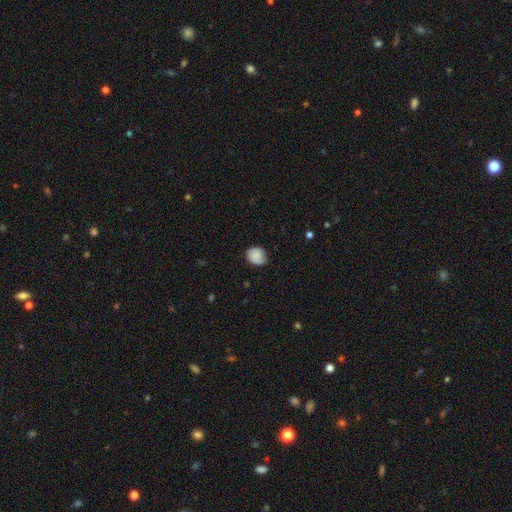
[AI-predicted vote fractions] The model was most divided on "how rounded": round: 68%, in between: 31%, cigar-shaped: 1%. More confident: smooth or featured — smooth (70%); merging — none (66%).